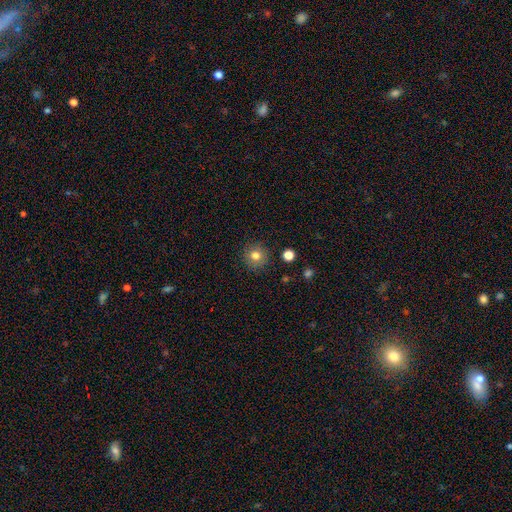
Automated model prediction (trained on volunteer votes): Overall: smooth (79%). How rounded: round (93%). Merging: none (89%).